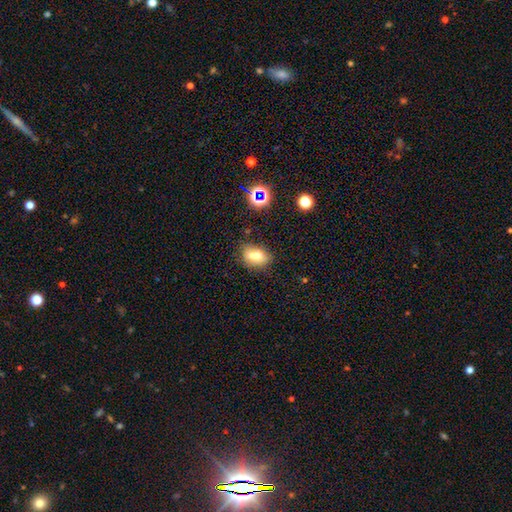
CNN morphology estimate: A smooth galaxy with no disk features (69%) that is in between round and cigar-shaped (75%). Merging: none (52%).